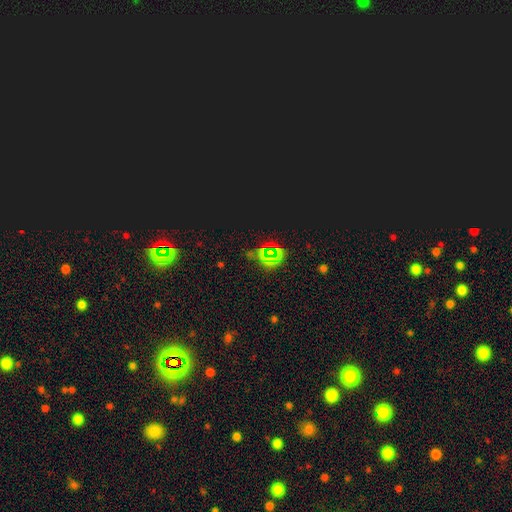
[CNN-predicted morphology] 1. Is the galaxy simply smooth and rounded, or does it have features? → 68% star or artifact, 19% smooth, 13% featured or disk.